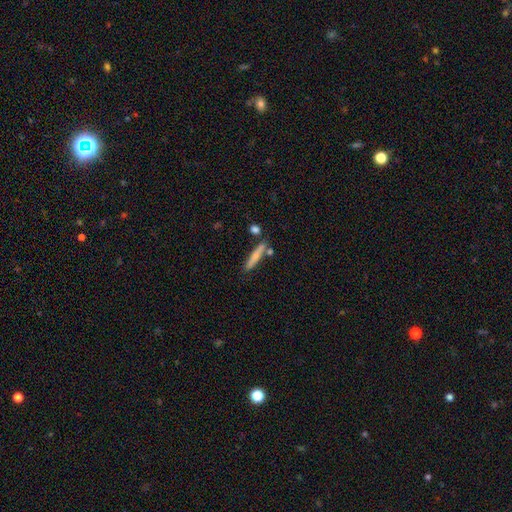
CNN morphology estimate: This is likely a smooth galaxy (67%). How rounded: clearly cigar-shaped (90%). Merging: likely none (74%).